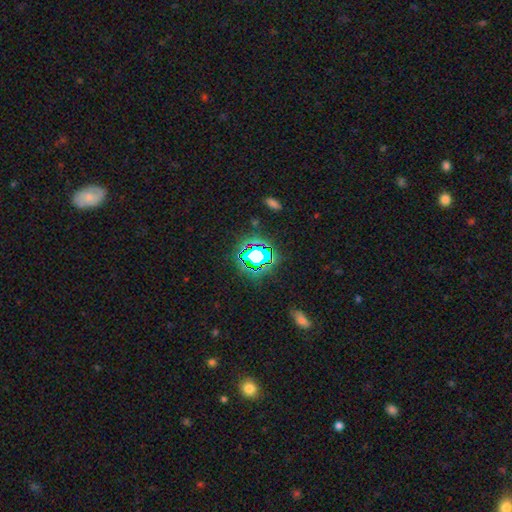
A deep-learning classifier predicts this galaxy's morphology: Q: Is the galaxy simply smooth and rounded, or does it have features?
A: star or artifact — 68%.